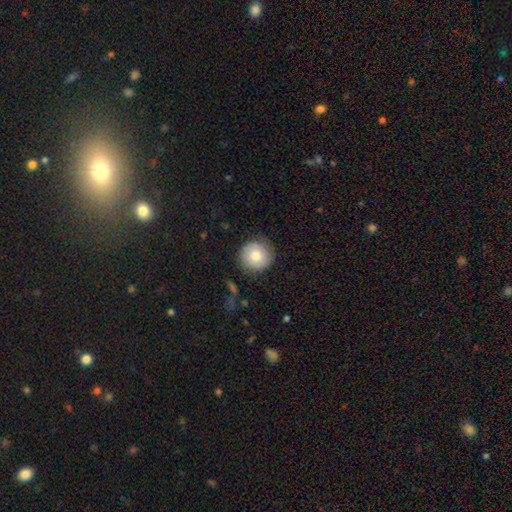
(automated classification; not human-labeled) Smooth or featured: smooth — 78% (featured or disk — 15%)
How rounded: round — 94% (in between — 5%)
Merging: none — 82% (minor disturbance — 13%)